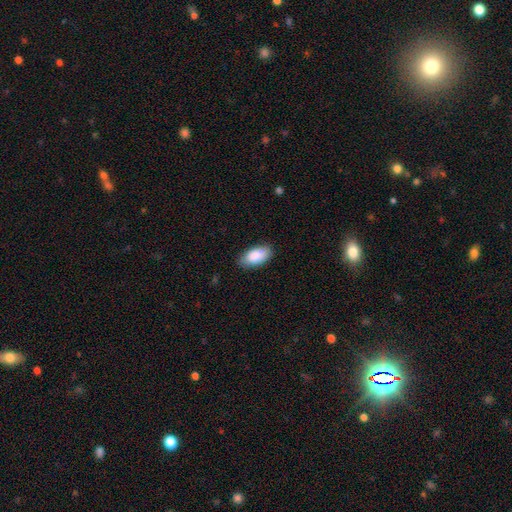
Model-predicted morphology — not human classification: A smooth galaxy with no disk features (89%) that is in between round and cigar-shaped (94%). Merging: none (82%).